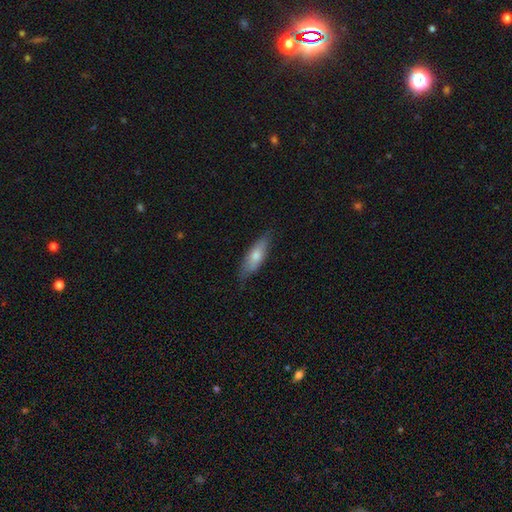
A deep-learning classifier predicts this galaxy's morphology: Smooth or featured? smooth (63%)
How rounded? cigar-shaped (53%)
Merging? none (79%)